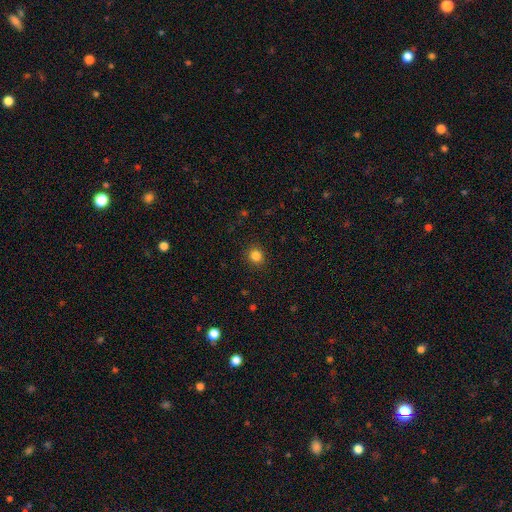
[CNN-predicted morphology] The model was most divided on "smooth or featured": smooth: 84%, star or artifact: 12%, featured or disk: 4%. More confident: merging — none (91%); how rounded — round (89%).